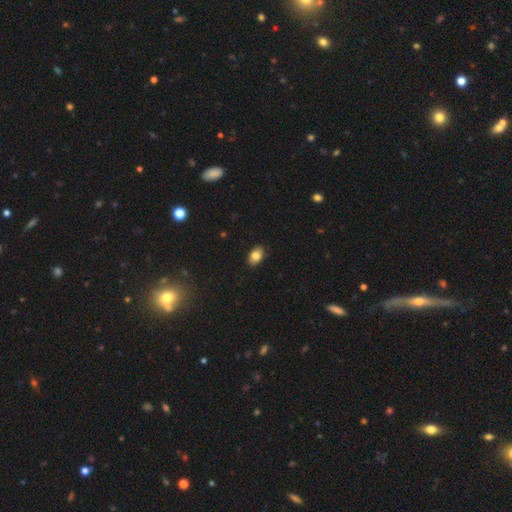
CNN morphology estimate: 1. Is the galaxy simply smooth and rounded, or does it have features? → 83% smooth, 9% featured or disk, 8% star or artifact.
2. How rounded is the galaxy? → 88% in between, 11% round, 1% cigar-shaped.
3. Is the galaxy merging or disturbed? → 86% none, 11% minor disturbance, 2% major disturbance, 1% merger.